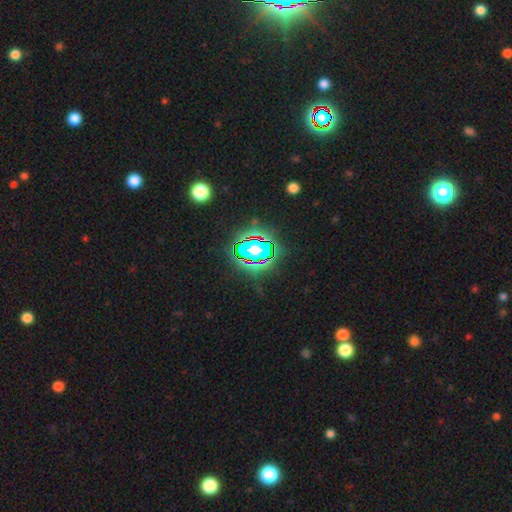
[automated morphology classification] Smooth or featured? star or artifact (81%)